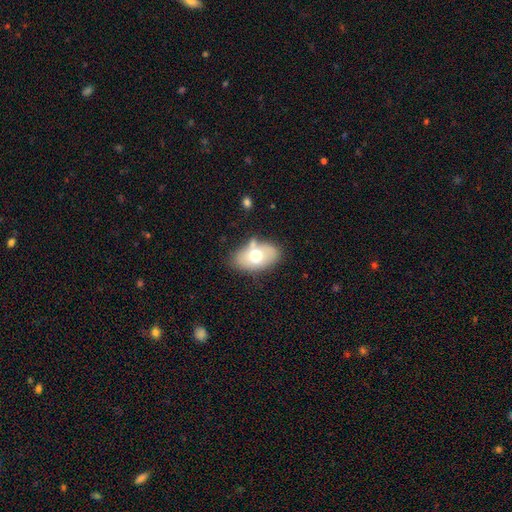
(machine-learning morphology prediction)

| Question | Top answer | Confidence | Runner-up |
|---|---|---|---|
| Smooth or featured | smooth | 63% | featured or disk (30%) |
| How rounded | in between | 88% | round (10%) |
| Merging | none | 61% | minor disturbance (21%) |